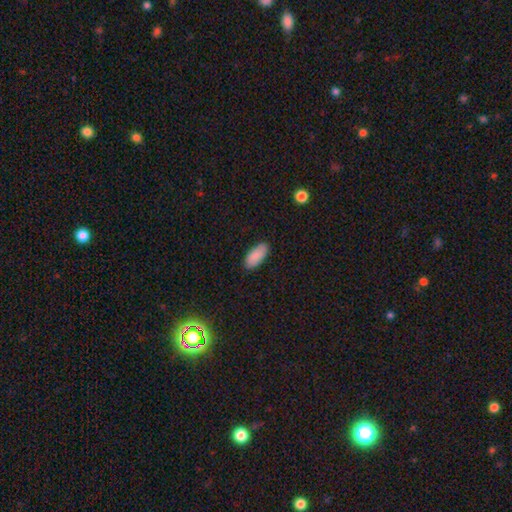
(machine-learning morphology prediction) A smooth galaxy with no disk features (89%) that is in between round and cigar-shaped (89%).

Vote fractions:
- Smooth or featured? smooth: 89% / star or artifact: 6% / featured or disk: 4%
- How rounded? in between: 89% / cigar-shaped: 9% / round: 2%
- Merging? none: 87% / minor disturbance: 10% / major disturbance: 2% / merger: 1%